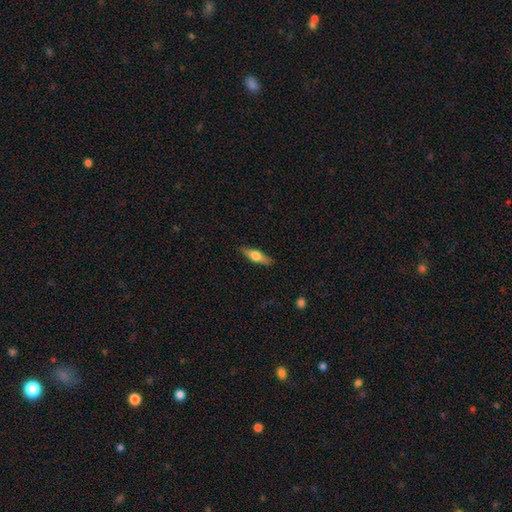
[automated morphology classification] smooth_or_featured: smooth (p=0.54) [alt: featured or disk p=0.40]
how_rounded: cigar-shaped (p=0.56) [alt: in between p=0.41]
merging: none (p=0.86) [alt: minor disturbance p=0.11]